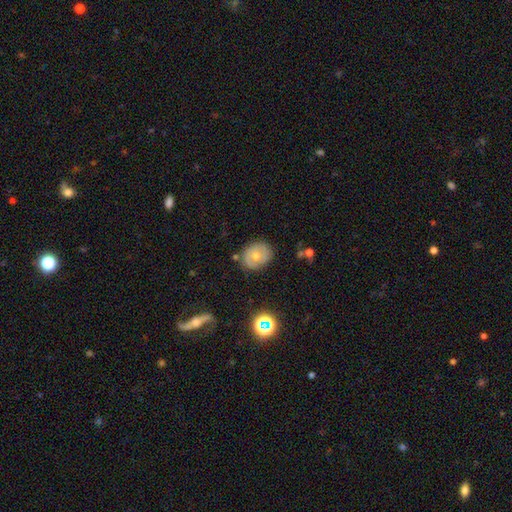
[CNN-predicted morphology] type=featured or disk (47%); merging=none (76%).